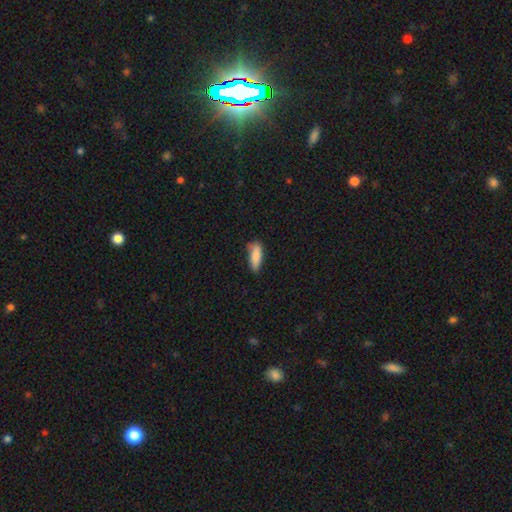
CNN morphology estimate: smooth 87%, featured or disk 7%, star or artifact 6%. Down the decision tree: how rounded — in between (58%); merging — none (68%).